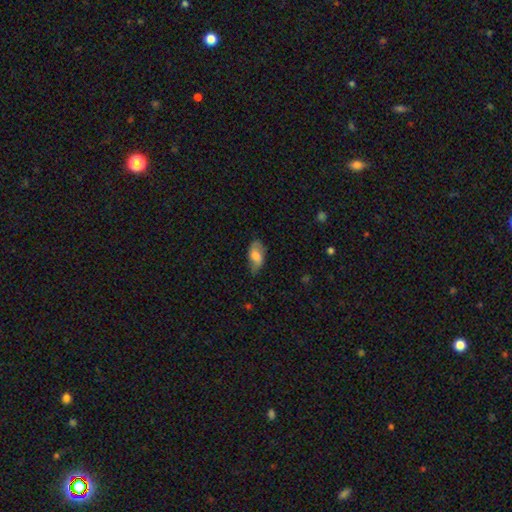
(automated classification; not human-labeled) Smooth or featured? Predicted: smooth (p=0.64). How rounded? Predicted: in between (p=0.92). Merging? Predicted: none (p=0.65).